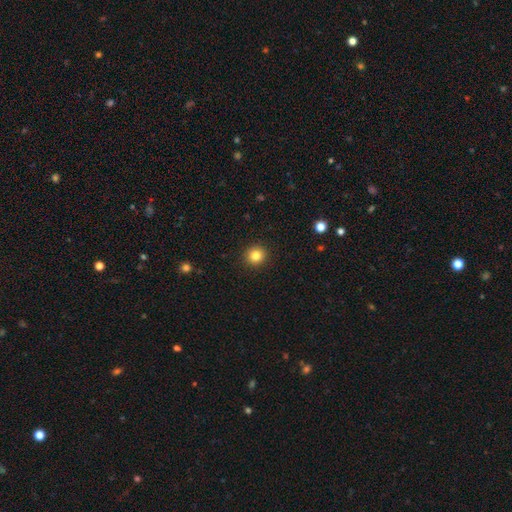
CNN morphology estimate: The model was most divided on "smooth or featured": smooth: 83%, star or artifact: 12%, featured or disk: 6%. More confident: merging — none (92%); how rounded — round (91%).